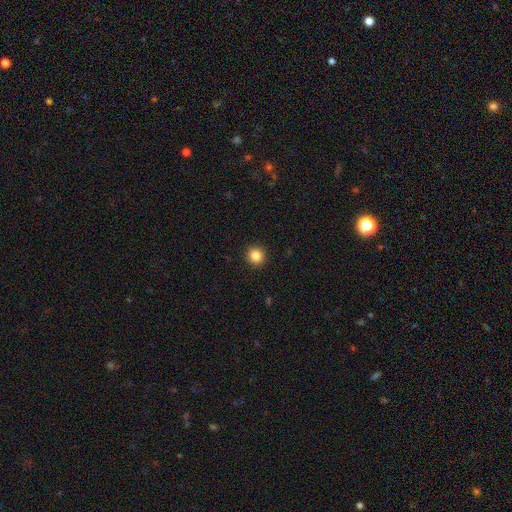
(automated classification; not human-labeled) This is clearly a smooth galaxy (85%). How rounded: clearly round (92%). Merging: clearly none (93%).